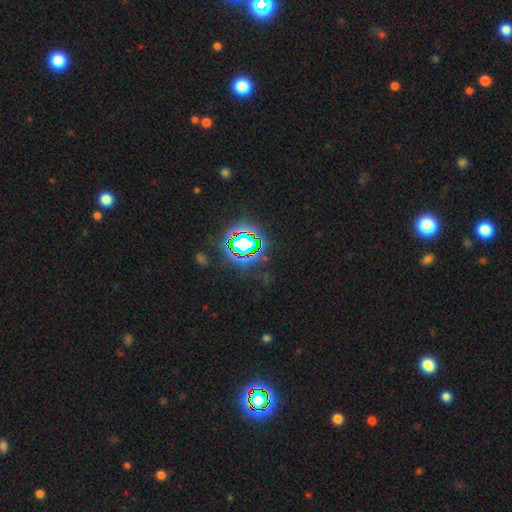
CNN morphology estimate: This is likely a star or artifact rather than a galaxy (80%).